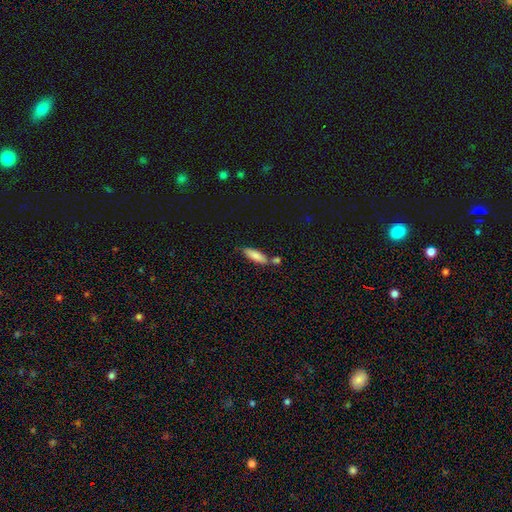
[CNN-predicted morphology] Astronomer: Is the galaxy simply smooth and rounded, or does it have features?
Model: smooth — 80%.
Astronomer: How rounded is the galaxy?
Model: cigar-shaped — 50% (runner-up: in between, 48%).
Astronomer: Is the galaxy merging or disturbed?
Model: none — 65%.